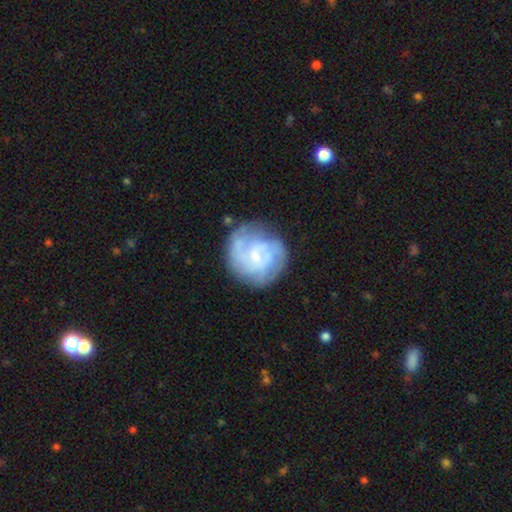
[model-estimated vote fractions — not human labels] This appears to be a featured or disk galaxy (70%) with no bar (61%), tight (55%) spiral arms (82%) and a small central bulge (66%). Merging: none (69%).